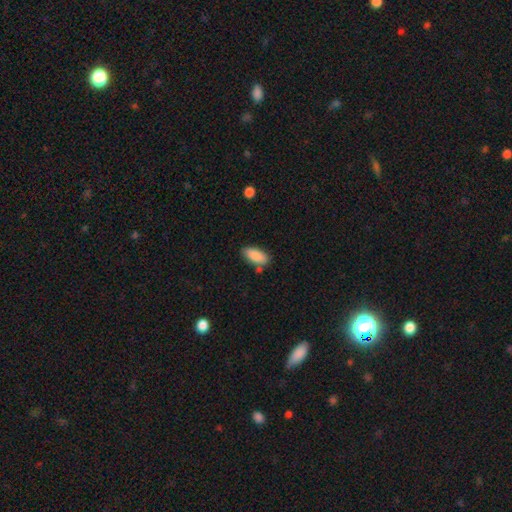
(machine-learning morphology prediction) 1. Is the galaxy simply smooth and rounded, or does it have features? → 88% smooth, 6% star or artifact, 6% featured or disk.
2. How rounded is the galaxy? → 86% in between, 12% cigar-shaped, 2% round.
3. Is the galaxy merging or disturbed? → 75% none, 16% minor disturbance, 6% merger, 3% major disturbance.